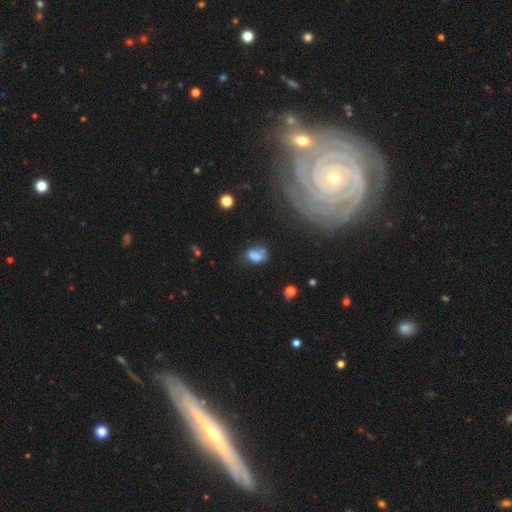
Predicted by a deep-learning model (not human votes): This is likely a smooth galaxy (67%). How rounded: likely in between (76%). Merging: marginally none (36%).